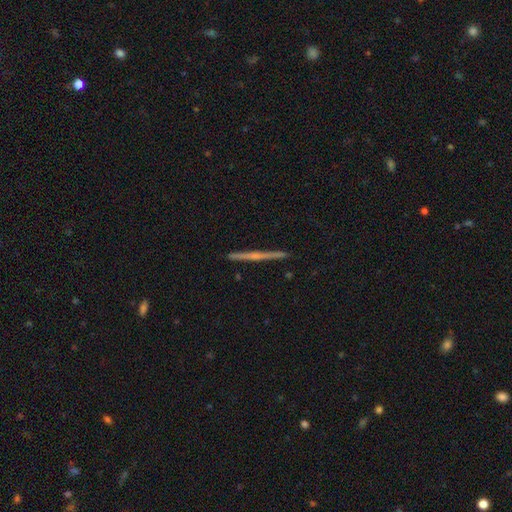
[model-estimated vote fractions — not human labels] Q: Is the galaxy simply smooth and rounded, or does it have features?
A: featured or disk — 68%.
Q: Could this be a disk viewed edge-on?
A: yes — 98%.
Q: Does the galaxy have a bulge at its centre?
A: none — 55%.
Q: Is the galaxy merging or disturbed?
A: none — 92%.